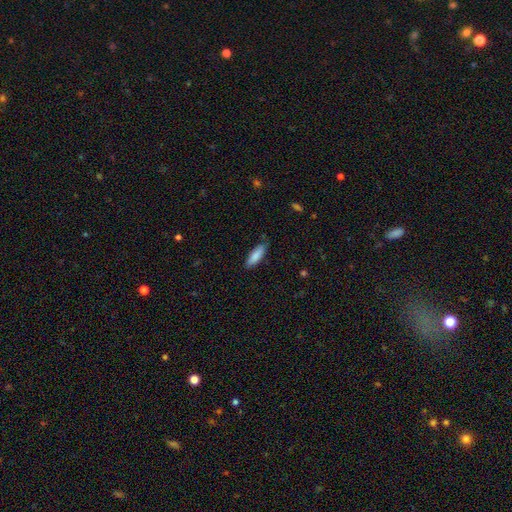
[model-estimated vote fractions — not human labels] smooth-or-featured: smooth: 85% | featured or disk: 9% | star or artifact: 6%
  how-rounded: in between: 50% | cigar-shaped: 49% | round: 1%
  merging: none: 77% | minor disturbance: 19% | major disturbance: 3% | merger: 1%